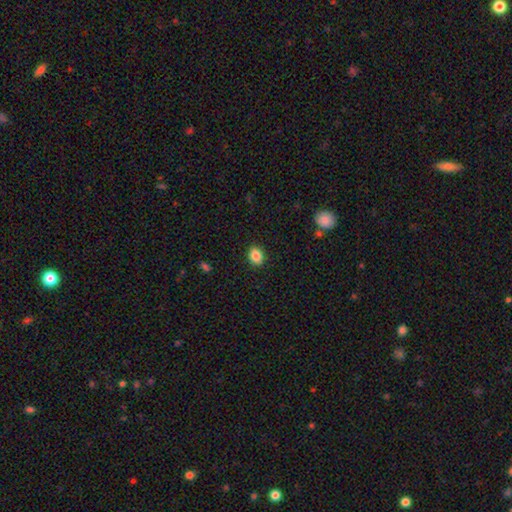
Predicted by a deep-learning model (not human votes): Overall: smooth (87%). How rounded: in between (62%; round 37%). Merging: none (90%).